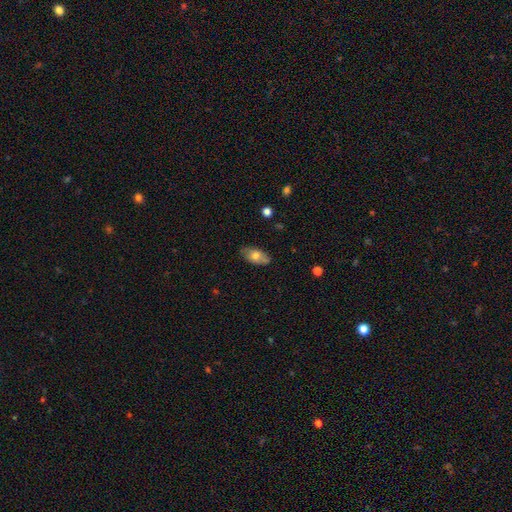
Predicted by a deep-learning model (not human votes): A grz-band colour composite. It shows a smooth galaxy with no disk features (71%) that is in between round and cigar-shaped (91%). Merging: none (79%).